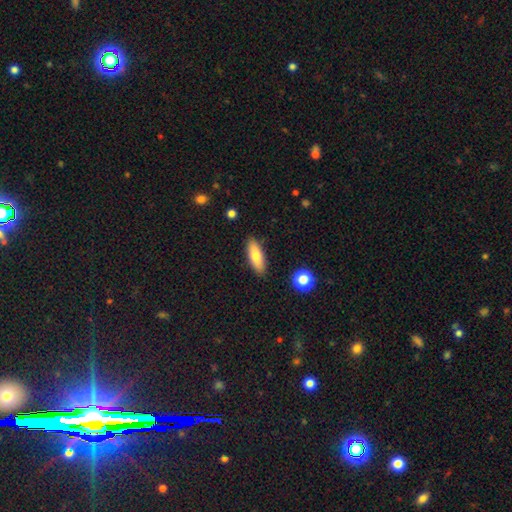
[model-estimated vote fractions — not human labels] A smooth galaxy with no disk features (76%) that is in between round and cigar-shaped (59%). Merging: none (87%).